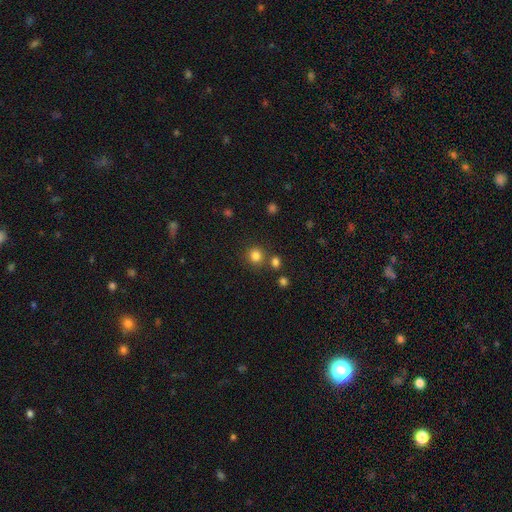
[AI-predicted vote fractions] smooth 82%, star or artifact 14%, featured or disk 5%. Down the decision tree: how rounded — round (90%); merging — none (78%).